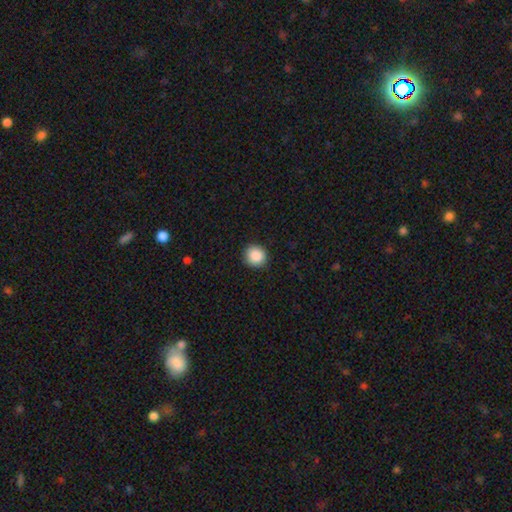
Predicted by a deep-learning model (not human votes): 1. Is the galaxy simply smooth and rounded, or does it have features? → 89% smooth, 8% star or artifact, 3% featured or disk.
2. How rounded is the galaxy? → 90% round, 9% in between, 1% cigar-shaped.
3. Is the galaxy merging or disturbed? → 91% none, 6% minor disturbance, 2% major disturbance, 1% merger.